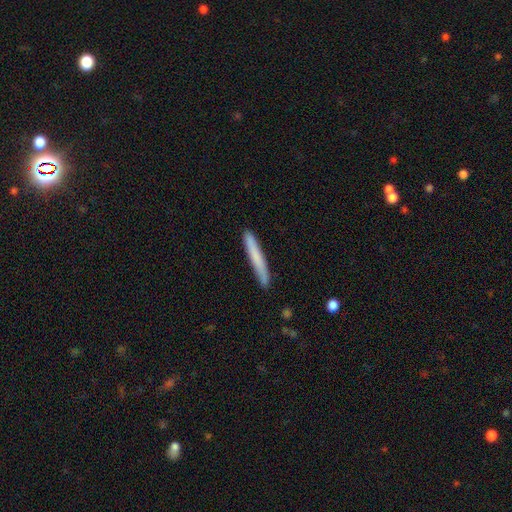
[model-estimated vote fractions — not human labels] Smooth or featured? smooth (72%)
How rounded? cigar-shaped (97%)
Merging? none (90%)